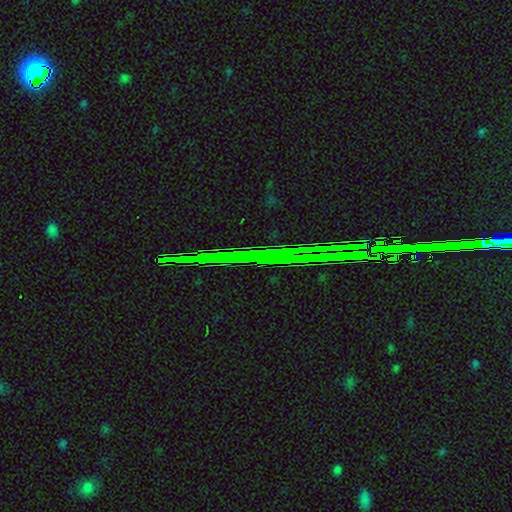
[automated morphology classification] The model was most divided on "smooth or featured": star or artifact: 74%, featured or disk: 15%, smooth: 11%.